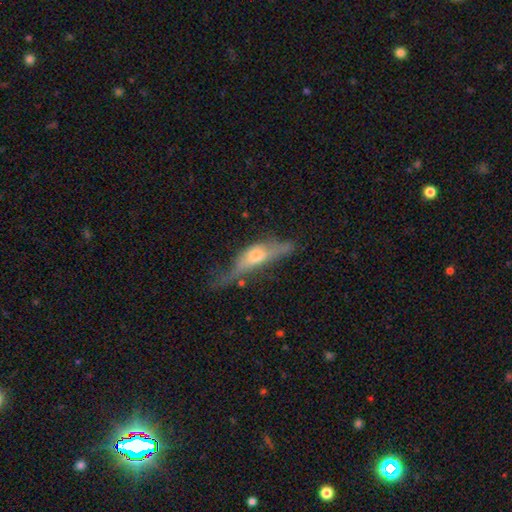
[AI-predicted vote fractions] featured or disk 56%, smooth 36%, star or artifact 8%. Down the decision tree: edge-on disk — yes (77%); merging — none (39%).